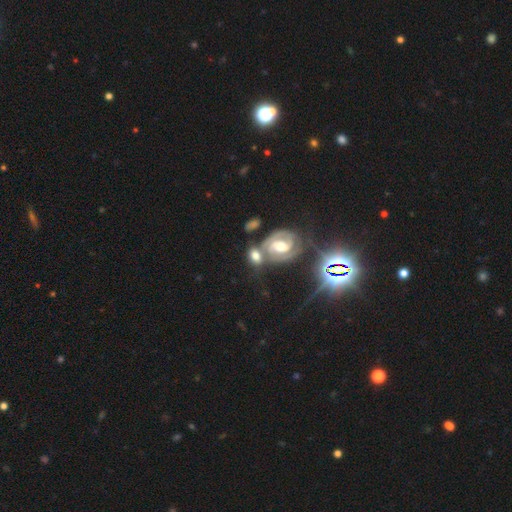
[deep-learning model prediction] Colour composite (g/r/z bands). It shows a featured or disk galaxy (52%). Merging: merger (41%).